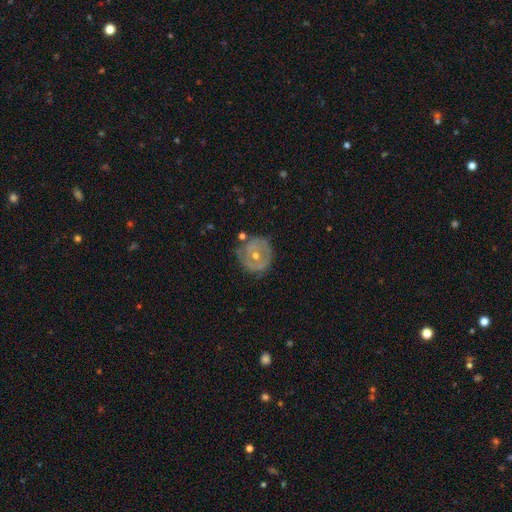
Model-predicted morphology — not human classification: Smooth or featured?
  - featured or disk: 67% *
  - smooth: 25%
  - star or artifact: 8%
Edge-on disk?
  - no: 96% *
  - yes: 4%
Bar?
  - no: 76% *
  - weak: 18%
  - strong: 5%
Spiral arms?
  - yes: 55% *
  - no: 45%
Bulge size?
  - moderate: 50% *
  - small: 47%
  - large: 1%
  - none: 1%
  - dominant: 1%
Merging?
  - none: 72% *
  - minor disturbance: 18%
  - major disturbance: 6%
  - merger: 4%